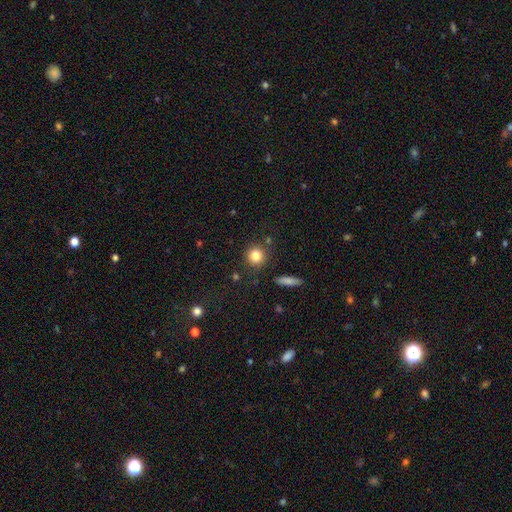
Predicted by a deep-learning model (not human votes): This is clearly a smooth galaxy (82%). How rounded: clearly round (91%). Merging: clearly none (85%).